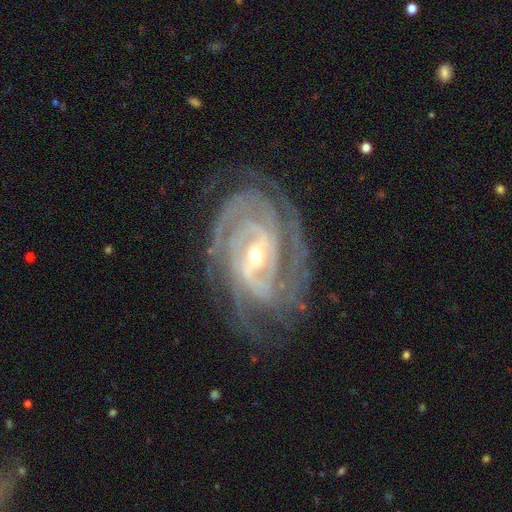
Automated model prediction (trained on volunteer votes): This is clearly a featured or disk galaxy (92%). It is clearly not viewed edge-on (96%). Bar: marginally strong (41%). Spiral arm pattern: clearly yes (98%). Spiral arm count: marginally 3 (24%). Spiral winding: likely tight (77%). Central bulge: possibly small (57%). Merging: likely none (77%).